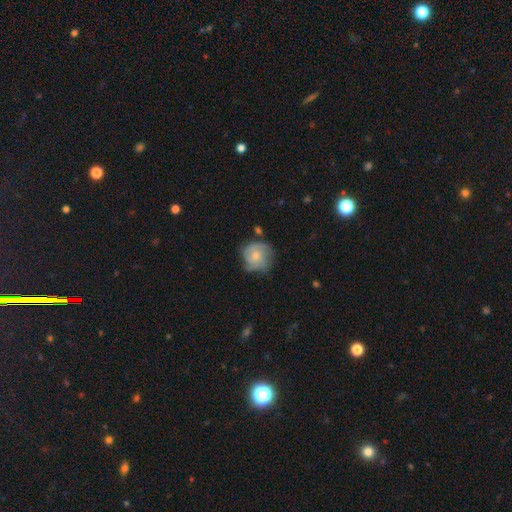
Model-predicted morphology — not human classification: smooth_or_featured: featured or disk (p=0.52) [alt: smooth p=0.41]
disk_edge_on: no (p=0.98) [alt: yes p=0.02]
bar: no (p=0.79) [alt: weak p=0.18]
has_spiral_arms: yes (p=0.83) [alt: no p=0.17]
bulge_size: small (p=0.57) [alt: moderate p=0.36]
merging: none (p=0.60) [alt: minor disturbance p=0.28]